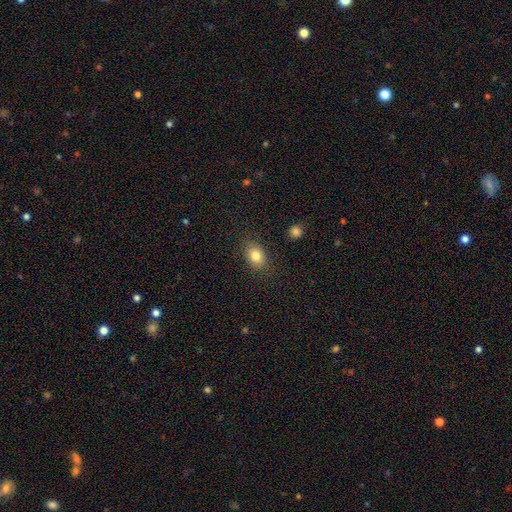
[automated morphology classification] Q: Smooth or featured?
A: smooth (81%); runner-up: featured or disk (9%)
Q: How rounded?
A: in between (73%); runner-up: round (25%)
Q: Merging?
A: none (83%); runner-up: minor disturbance (12%)